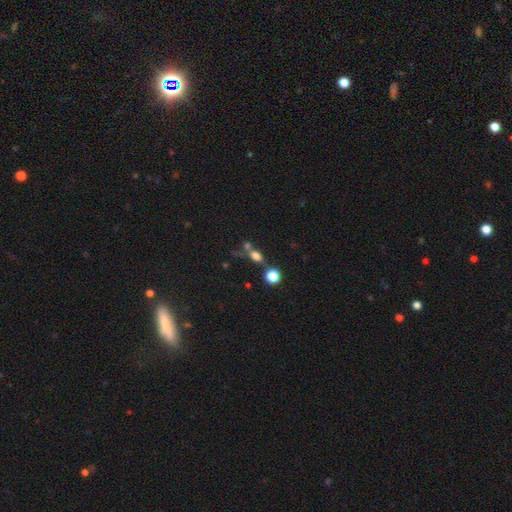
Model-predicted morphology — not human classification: A smooth galaxy with no disk features (66%) that is in between round and cigar-shaped (59%).

Vote fractions:
- Smooth or featured? smooth: 66% / star or artifact: 17% / featured or disk: 16%
- How rounded? in between: 59% / round: 31% / cigar-shaped: 10%
- Merging? none: 43% / merger: 34% / minor disturbance: 13% / major disturbance: 10%